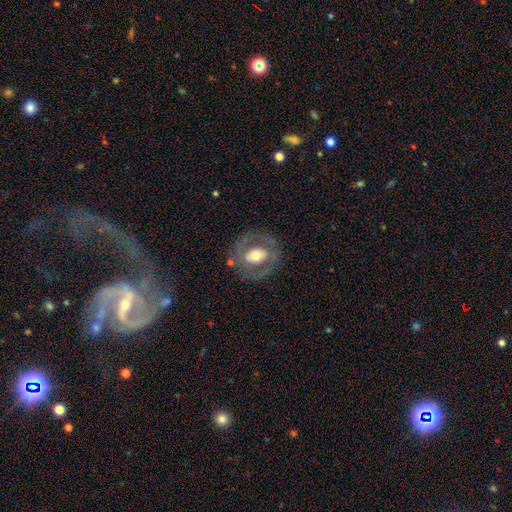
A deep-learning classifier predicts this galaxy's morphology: This is possibly a featured or disk galaxy (55%). It is clearly not viewed edge-on (94%). Bar: likely no (62%). Spiral arm pattern: likely no (74%). Central bulge: possibly moderate (60%). Merging: likely none (75%).